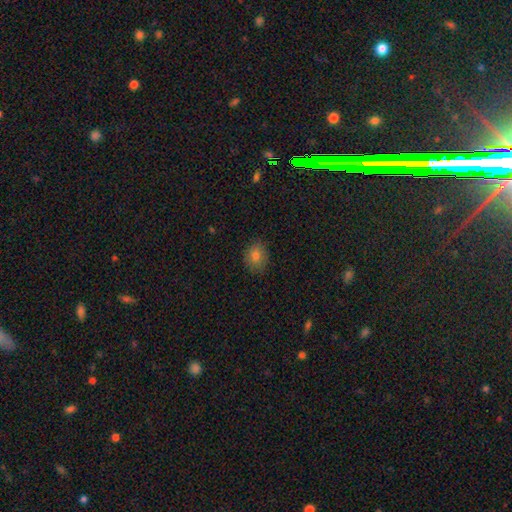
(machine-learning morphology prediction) Smooth or featured? smooth (78%)
How rounded? round (53%)
Merging? none (82%)